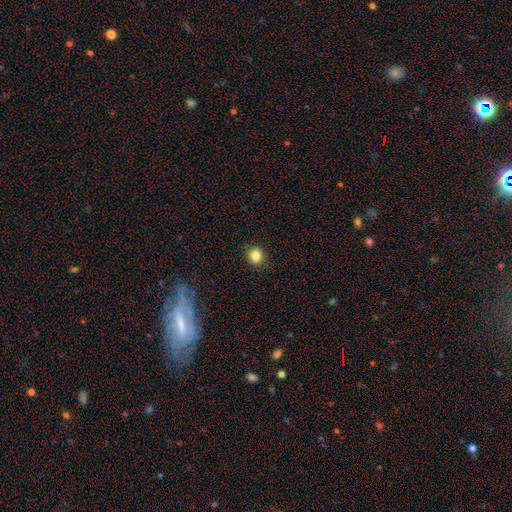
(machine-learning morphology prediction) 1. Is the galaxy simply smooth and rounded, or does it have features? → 84% smooth, 11% star or artifact, 5% featured or disk.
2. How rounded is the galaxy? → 74% round, 25% in between, 1% cigar-shaped.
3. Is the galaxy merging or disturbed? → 89% none, 8% minor disturbance, 2% major disturbance, 1% merger.